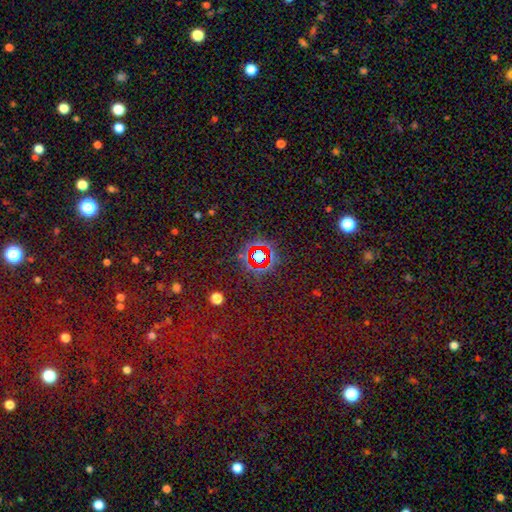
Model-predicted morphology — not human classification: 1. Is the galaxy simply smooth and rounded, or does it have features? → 76% star or artifact, 14% smooth, 10% featured or disk.